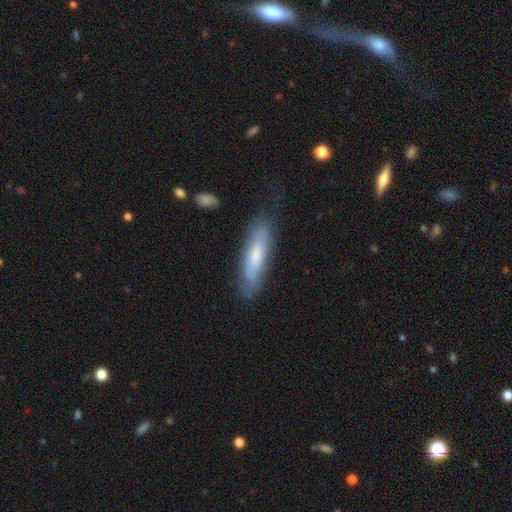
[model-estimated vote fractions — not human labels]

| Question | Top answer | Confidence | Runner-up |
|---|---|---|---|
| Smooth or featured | smooth | 56% | featured or disk (37%) |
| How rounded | cigar-shaped | 61% | in between (38%) |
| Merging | none | 65% | minor disturbance (24%) |